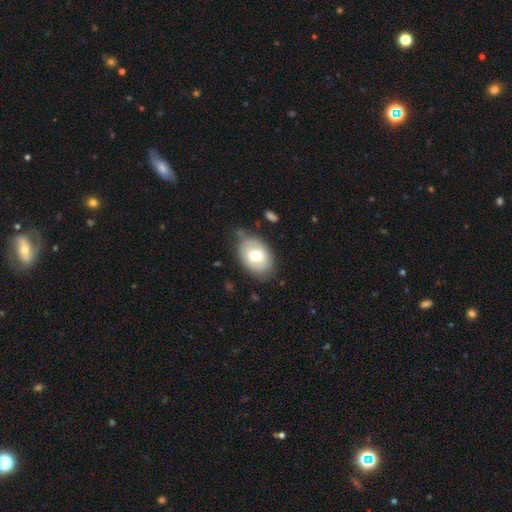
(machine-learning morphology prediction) A smooth galaxy with no disk features (67%) that is in between round and cigar-shaped (79%).

Vote fractions:
- Smooth or featured? smooth: 67% / featured or disk: 26% / star or artifact: 7%
- How rounded? in between: 79% / round: 20% / cigar-shaped: 1%
- Merging? none: 70% / minor disturbance: 21% / major disturbance: 6% / merger: 3%